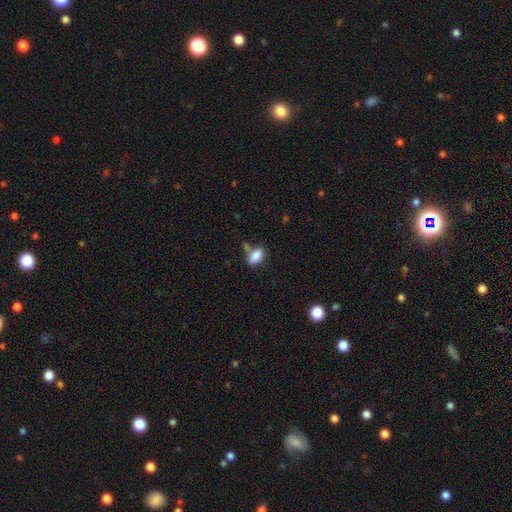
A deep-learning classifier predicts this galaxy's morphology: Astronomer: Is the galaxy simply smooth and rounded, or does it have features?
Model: smooth — 85%.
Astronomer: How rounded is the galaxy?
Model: in between — 90%.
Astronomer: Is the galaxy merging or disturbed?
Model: none — 61%.